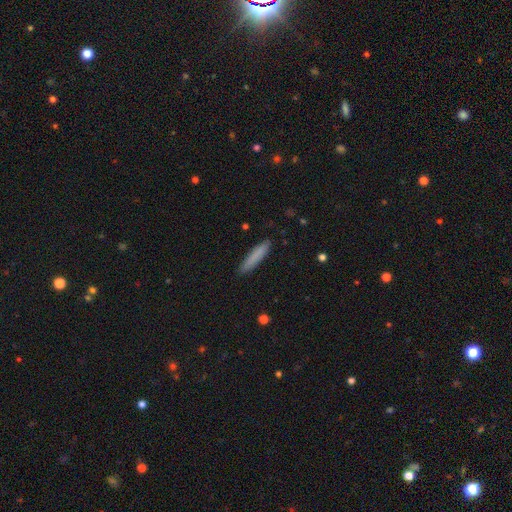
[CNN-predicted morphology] smooth 82%, featured or disk 11%, star or artifact 7%. Down the decision tree: how rounded — cigar-shaped (90%); merging — none (88%).